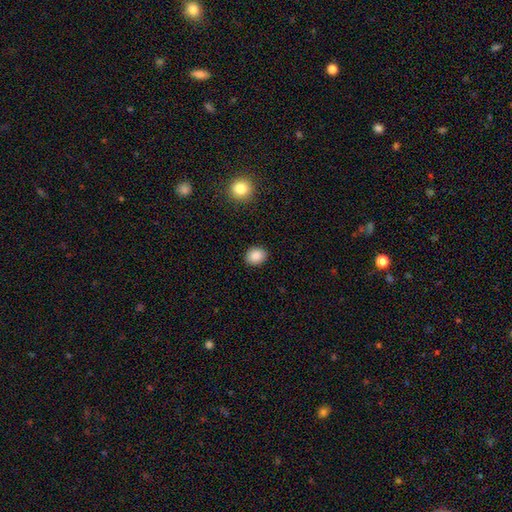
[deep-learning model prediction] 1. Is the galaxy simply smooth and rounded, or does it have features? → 88% smooth, 9% star or artifact, 3% featured or disk.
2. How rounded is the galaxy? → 56% round, 43% in between, 1% cigar-shaped.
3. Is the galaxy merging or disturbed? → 89% none, 7% minor disturbance, 2% major disturbance, 1% merger.